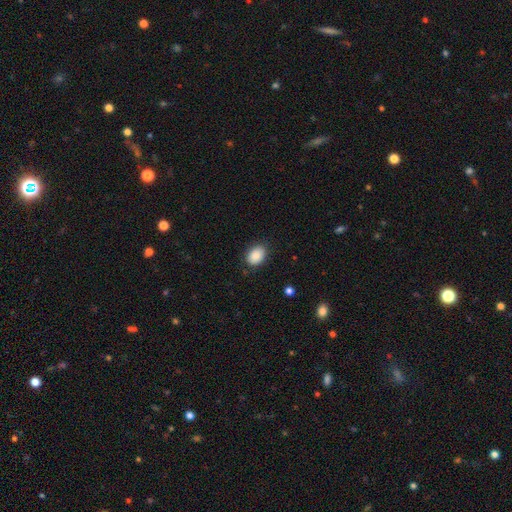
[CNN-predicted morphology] Smooth or featured: smooth — 88% (star or artifact — 8%)
How rounded: in between — 77% (round — 22%)
Merging: none — 84% (minor disturbance — 12%)